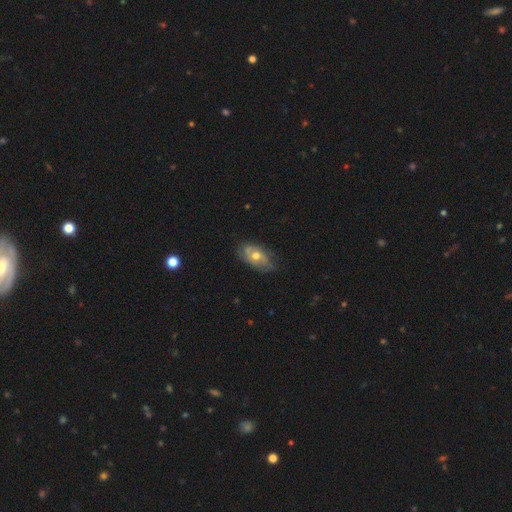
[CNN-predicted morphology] The model was most divided on "smooth or featured": featured or disk: 56%, smooth: 37%, star or artifact: 7%. More confident: edge-on disk — no (90%); bulge size — moderate (76%); bar — no (74%); merging — none (68%); spiral arms — yes (65%).